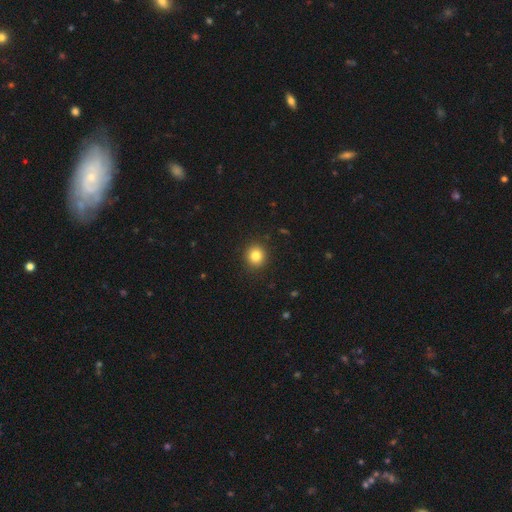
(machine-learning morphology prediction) The model was most divided on "smooth or featured": smooth: 83%, star or artifact: 11%, featured or disk: 6%. More confident: merging — none (91%); how rounded — round (86%).